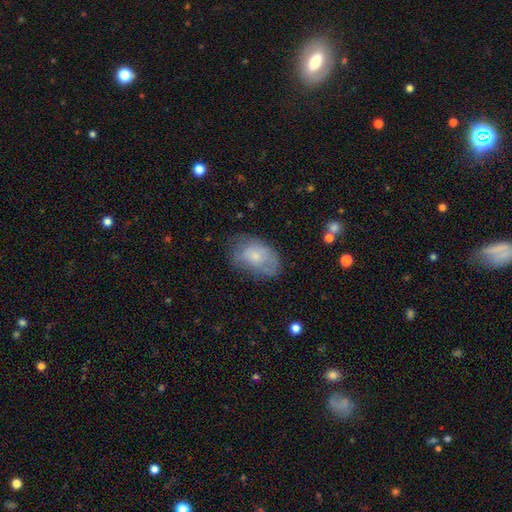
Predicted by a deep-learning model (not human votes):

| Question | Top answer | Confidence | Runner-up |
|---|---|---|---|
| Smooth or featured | smooth | 60% | featured or disk (32%) |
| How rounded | in between | 87% | round (12%) |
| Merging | none | 51% | minor disturbance (31%) |